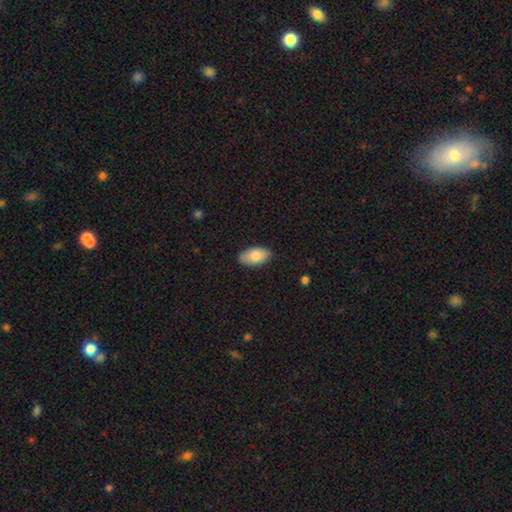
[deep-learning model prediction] This appears to be a smooth galaxy with no disk features (83%) that is in between round and cigar-shaped (94%). Merging: none (84%).